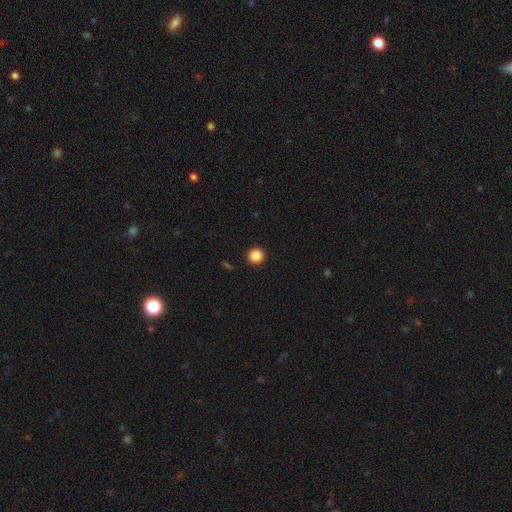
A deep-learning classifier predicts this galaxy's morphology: Smooth or featured?
  - smooth: 86% *
  - star or artifact: 10%
  - featured or disk: 3%
How rounded?
  - round: 96% *
  - in between: 3%
  - cigar-shaped: 1%
Merging?
  - none: 93% *
  - minor disturbance: 4%
  - major disturbance: 1%
  - merger: 1%